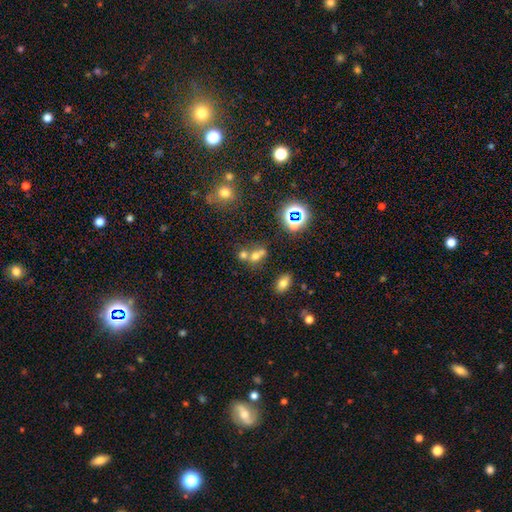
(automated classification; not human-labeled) This appears to be a smooth galaxy with no disk features (57%) that is round (58%). Merging: merger (53%).